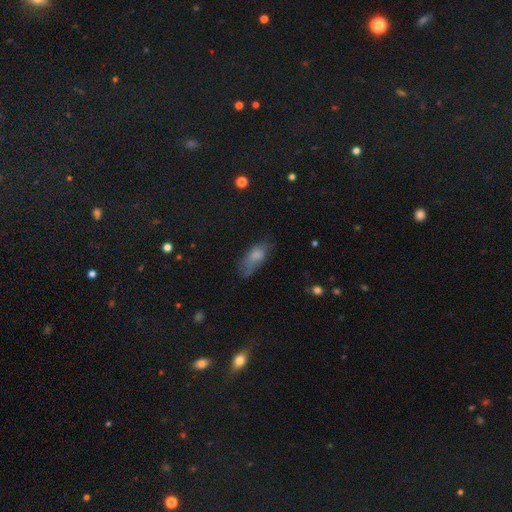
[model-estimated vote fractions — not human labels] The model was most divided on "merging": none: 44%, minor disturbance: 32%, major disturbance: 21%, merger: 3%. More confident: how rounded — in between (82%); smooth or featured — smooth (70%).